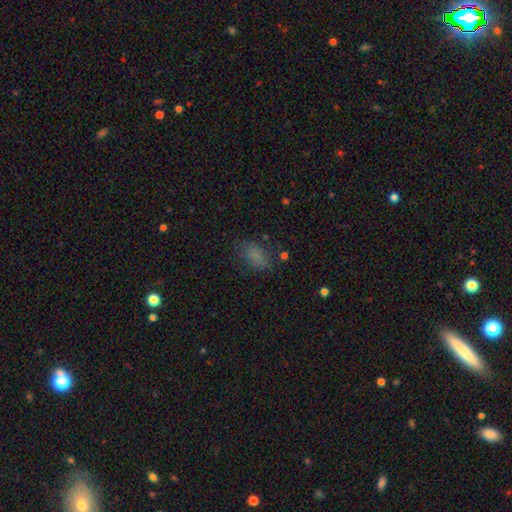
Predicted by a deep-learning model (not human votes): Smooth or featured? smooth (78%)
How rounded? in between (86%)
Merging? none (70%)